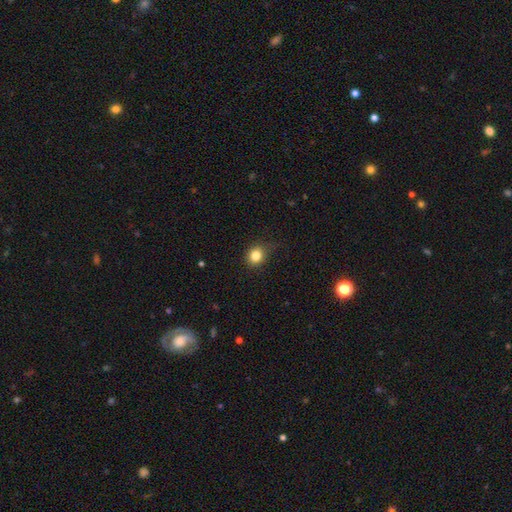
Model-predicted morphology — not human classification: Smooth or featured? smooth (82%)
How rounded? round (72%)
Merging? none (77%)